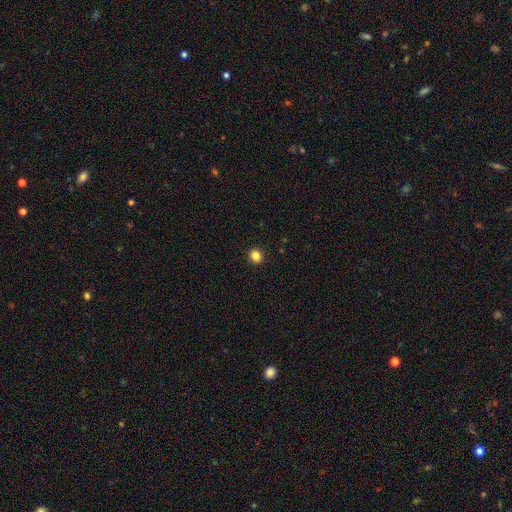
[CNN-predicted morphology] Smooth or featured? smooth (85%)
How rounded? round (70%)
Merging? none (92%)